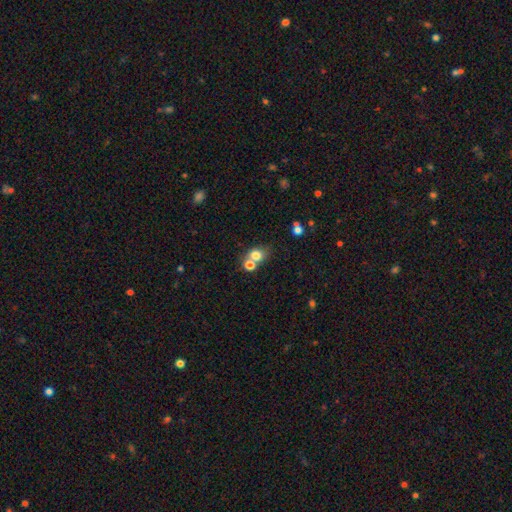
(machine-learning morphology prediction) A smooth galaxy with no disk features (75%) that is round (62%). Merging: none (45%).